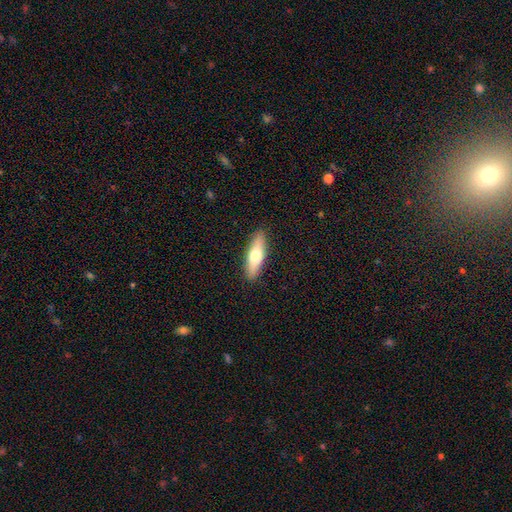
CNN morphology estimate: Smooth or featured: smooth — 61% (featured or disk — 33%)
How rounded: cigar-shaped — 56% (in between — 42%)
Merging: none — 90% (minor disturbance — 8%)